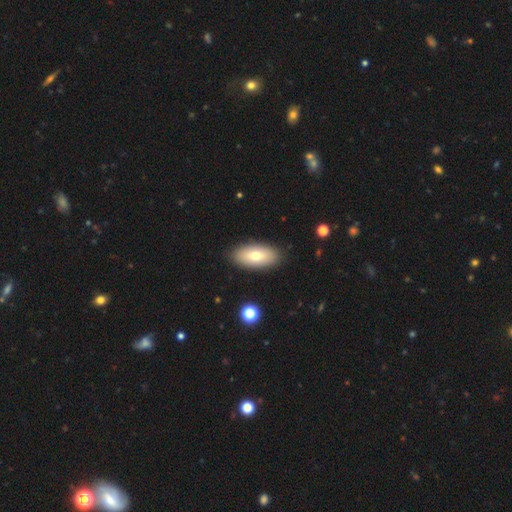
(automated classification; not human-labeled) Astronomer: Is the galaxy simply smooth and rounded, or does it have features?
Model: smooth — 71%.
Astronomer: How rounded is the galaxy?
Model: in between — 92%.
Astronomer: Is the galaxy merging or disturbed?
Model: none — 88%.